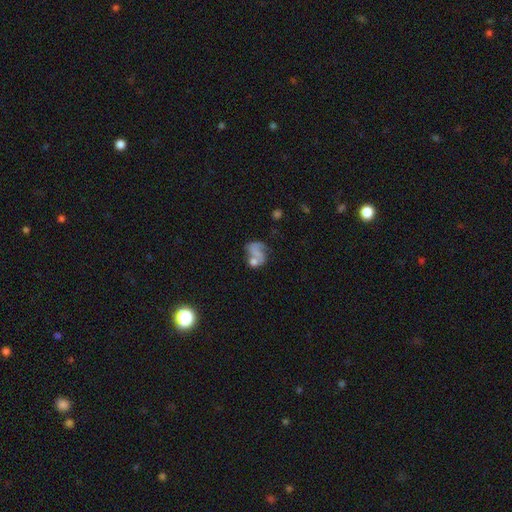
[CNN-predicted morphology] Overall: featured or disk (45%; smooth 42%). Merging: merger (35%; major disturbance 26%).